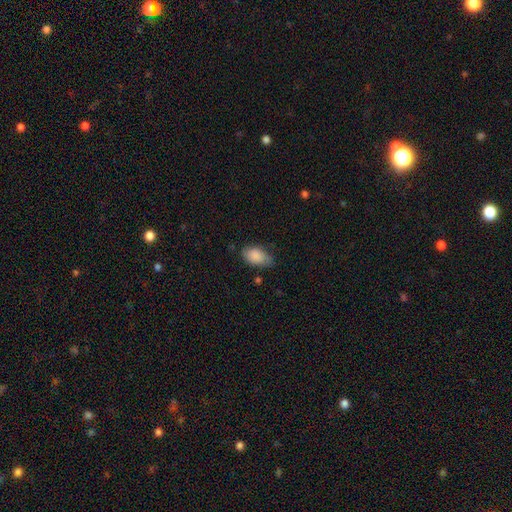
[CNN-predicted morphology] Q: Smooth or featured?
A: smooth (86%); runner-up: featured or disk (8%)
Q: How rounded?
A: in between (92%); runner-up: round (6%)
Q: Merging?
A: none (61%); runner-up: minor disturbance (30%)